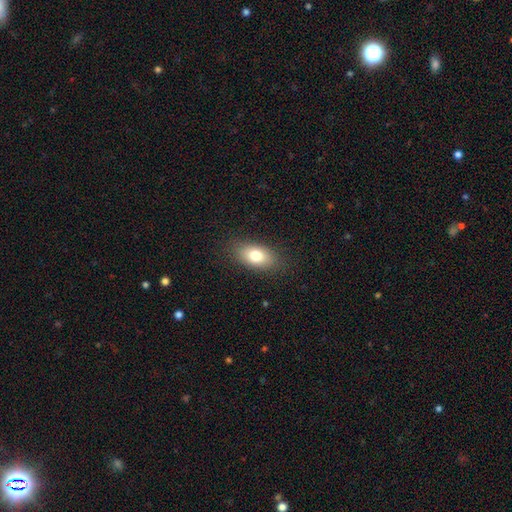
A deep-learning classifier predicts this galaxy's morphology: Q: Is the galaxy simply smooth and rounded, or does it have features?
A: smooth — 78%.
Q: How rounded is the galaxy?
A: in between — 88%.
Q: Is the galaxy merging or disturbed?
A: none — 86%.